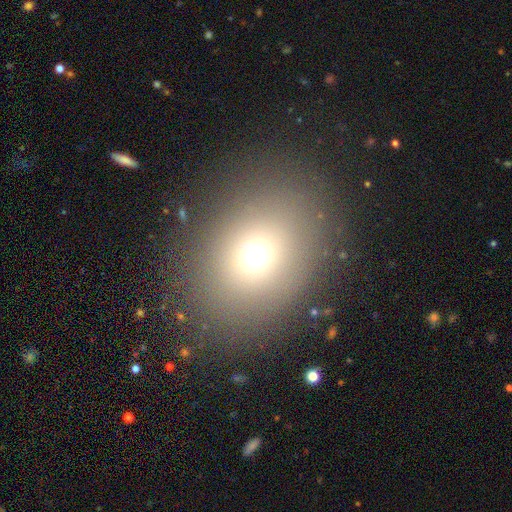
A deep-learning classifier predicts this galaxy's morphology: smooth 69%, star or artifact 19%, featured or disk 11%. Down the decision tree: how rounded — in between (52%); merging — none (85%).